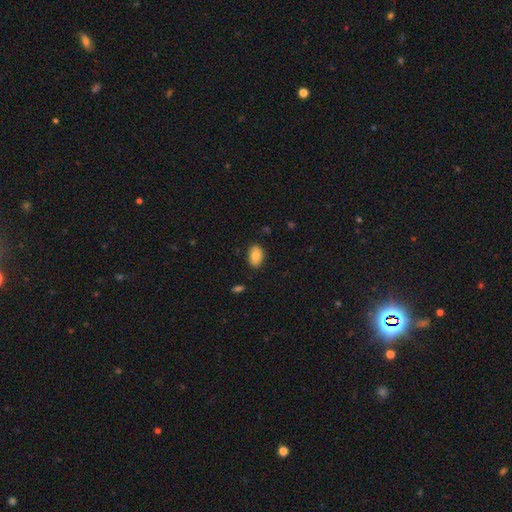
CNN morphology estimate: This appears to be a smooth galaxy with no disk features (81%) that is in between round and cigar-shaped (88%). Merging: none (85%).